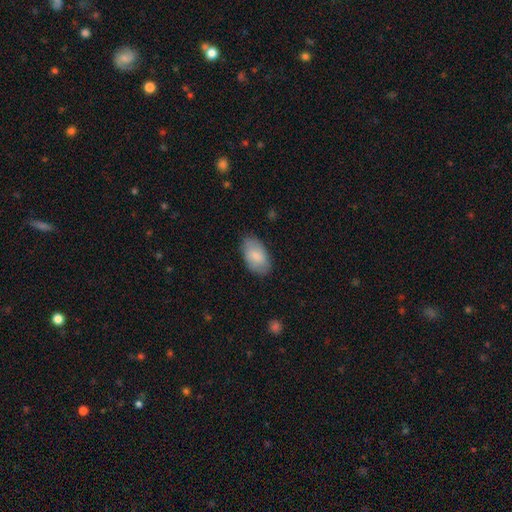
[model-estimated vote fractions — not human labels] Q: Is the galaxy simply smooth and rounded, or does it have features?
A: smooth — 80%.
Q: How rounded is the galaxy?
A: in between — 94%.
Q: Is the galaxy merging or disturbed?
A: none — 80%.